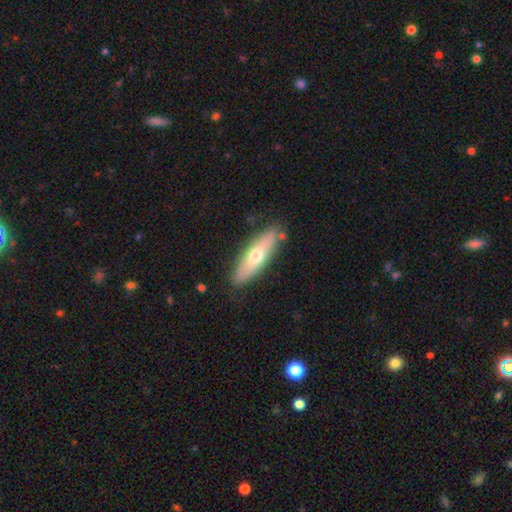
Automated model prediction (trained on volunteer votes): A smooth galaxy with no disk features (55%) that is cigar-shaped (60%).

Vote fractions:
- Smooth or featured? smooth: 55% / featured or disk: 40% / star or artifact: 5%
- How rounded? cigar-shaped: 60% / in between: 38% / round: 2%
- Merging? none: 84% / minor disturbance: 11% / merger: 3% / major disturbance: 2%